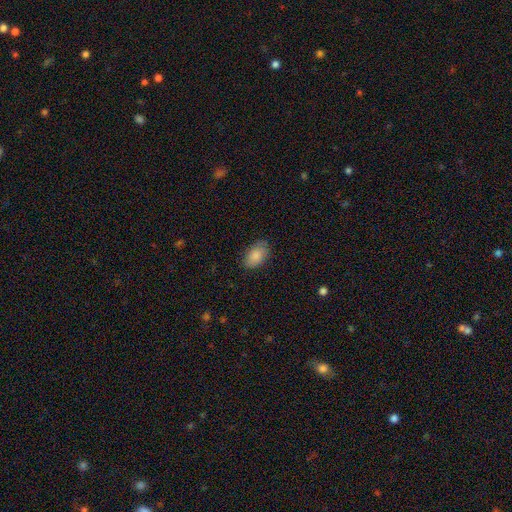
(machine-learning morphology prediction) smooth 87%, featured or disk 7%, star or artifact 7%. Down the decision tree: how rounded — in between (92%); merging — none (84%).